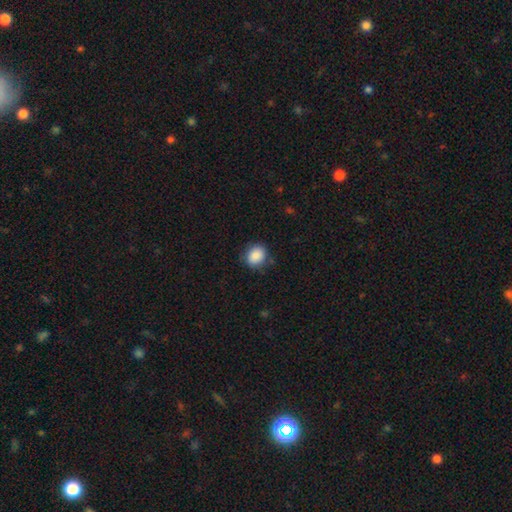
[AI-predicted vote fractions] Smooth or featured?
  - smooth: 88% *
  - star or artifact: 8%
  - featured or disk: 4%
How rounded?
  - round: 68% *
  - in between: 31%
  - cigar-shaped: 1%
Merging?
  - none: 81% *
  - minor disturbance: 14%
  - major disturbance: 3%
  - merger: 1%